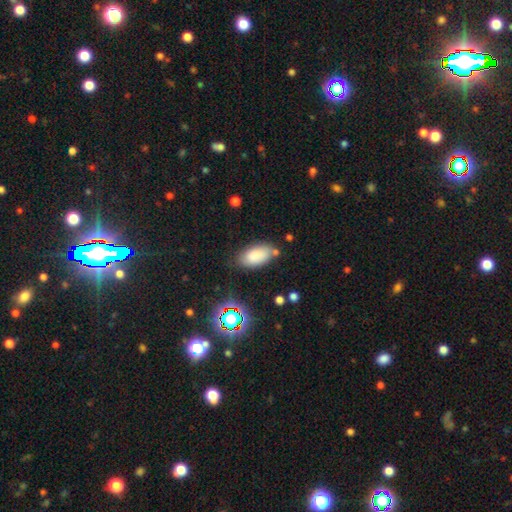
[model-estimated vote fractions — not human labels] The model was most divided on "merging": none: 70%, minor disturbance: 18%, merger: 7%, major disturbance: 5%. More confident: how rounded — in between (93%); smooth or featured — smooth (84%).